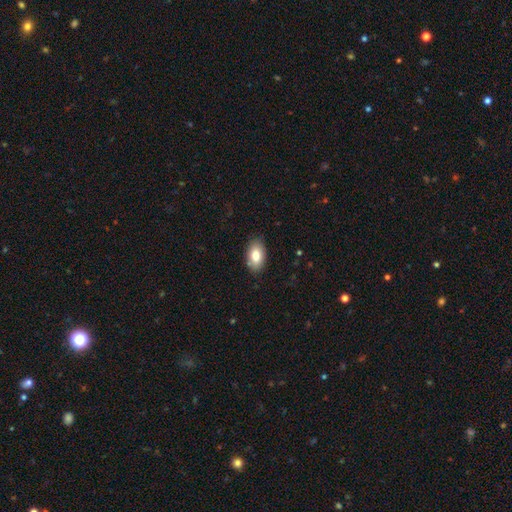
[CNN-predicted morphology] smooth-or-featured: smooth: 82% | featured or disk: 11% | star or artifact: 7%
  how-rounded: in between: 92% | round: 6% | cigar-shaped: 2%
  merging: none: 86% | minor disturbance: 11% | major disturbance: 2% | merger: 1%